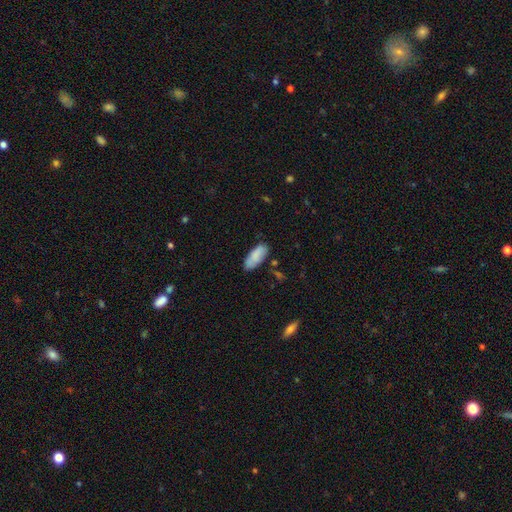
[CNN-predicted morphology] Smooth or featured? Predicted: smooth (p=0.83). How rounded? Predicted: in between (p=0.83). Merging? Predicted: none (p=0.72).